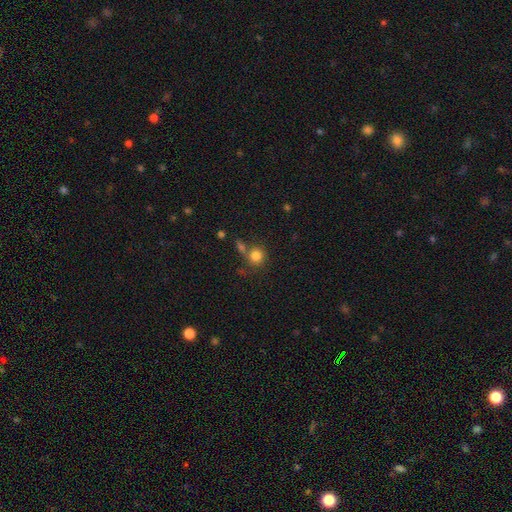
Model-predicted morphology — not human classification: smooth_or_featured: smooth (p=0.82) [alt: star or artifact p=0.11]
how_rounded: round (p=0.87) [alt: in between p=0.12]
merging: none (p=0.61) [alt: merger p=0.21]